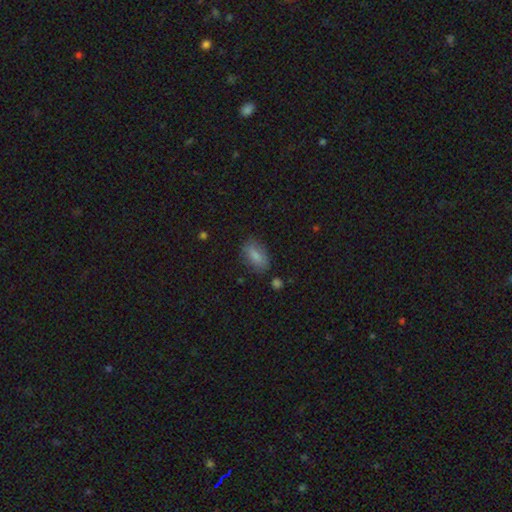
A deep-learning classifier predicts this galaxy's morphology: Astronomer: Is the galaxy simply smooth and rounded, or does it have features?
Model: smooth — 82%.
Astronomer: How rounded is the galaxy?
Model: in between — 88%.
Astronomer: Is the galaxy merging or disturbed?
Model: none — 78%.